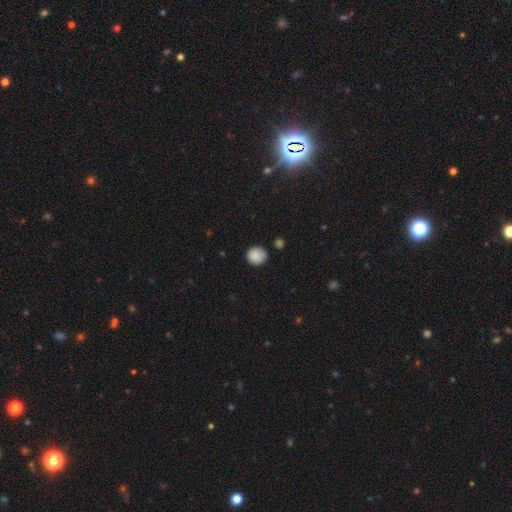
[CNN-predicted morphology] This is clearly a smooth galaxy (88%). How rounded: clearly round (90%). Merging: likely none (79%).